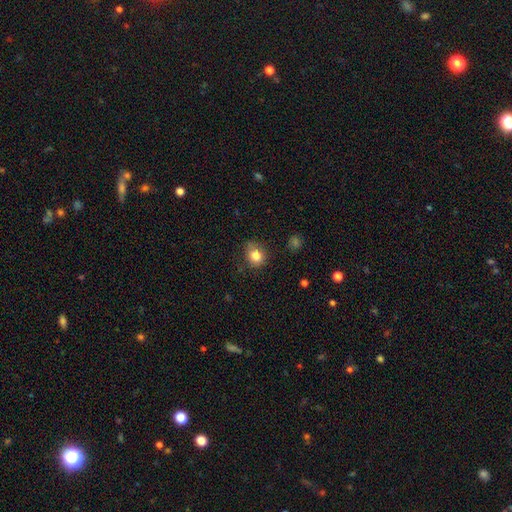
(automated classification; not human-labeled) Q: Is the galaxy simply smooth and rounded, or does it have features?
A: smooth — 82%.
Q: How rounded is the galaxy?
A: round — 73%.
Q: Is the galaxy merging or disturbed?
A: none — 71%.